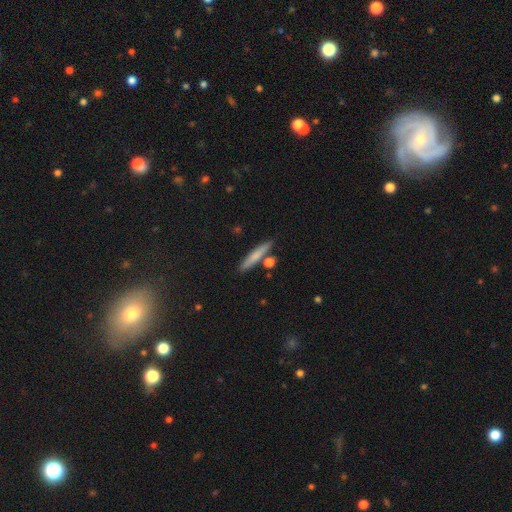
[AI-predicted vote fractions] Smooth or featured: smooth — 69% (featured or disk — 24%)
How rounded: cigar-shaped — 91% (in between — 7%)
Merging: none — 83% (minor disturbance — 9%)